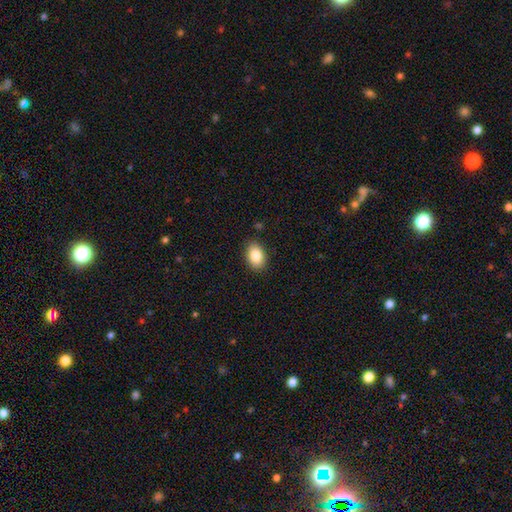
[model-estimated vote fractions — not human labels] smooth_or_featured: smooth (p=0.85) [alt: star or artifact p=0.08]
how_rounded: in between (p=0.85) [alt: round p=0.14]
merging: none (p=0.88) [alt: minor disturbance p=0.09]